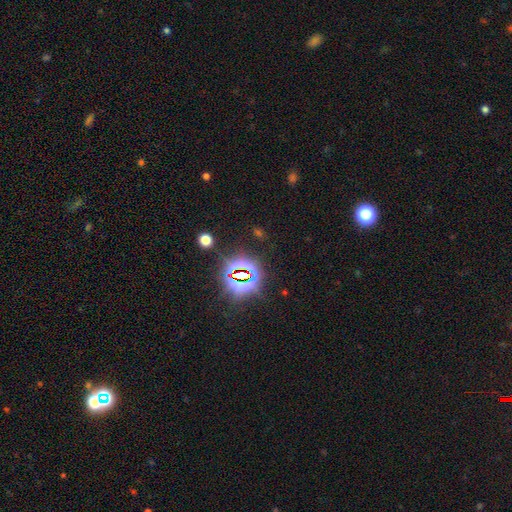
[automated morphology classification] This is likely a star or artifact rather than a galaxy (80%).